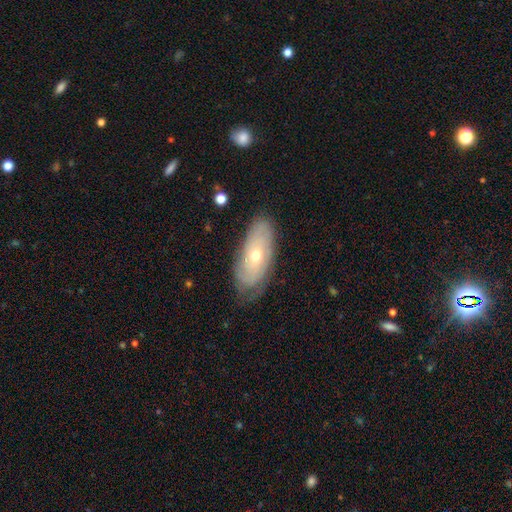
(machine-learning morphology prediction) Overall: featured or disk (57%; smooth 36%). Edge-on disk: no (84%). Merging: none (71%).